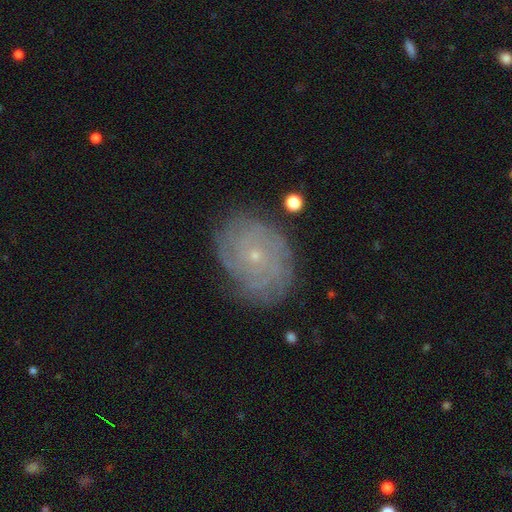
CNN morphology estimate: This appears to be a featured or disk galaxy (71%) with no bar (85%), tight (77%) spiral arms (90%) and a small central bulge (85%). Merging: none (80%).